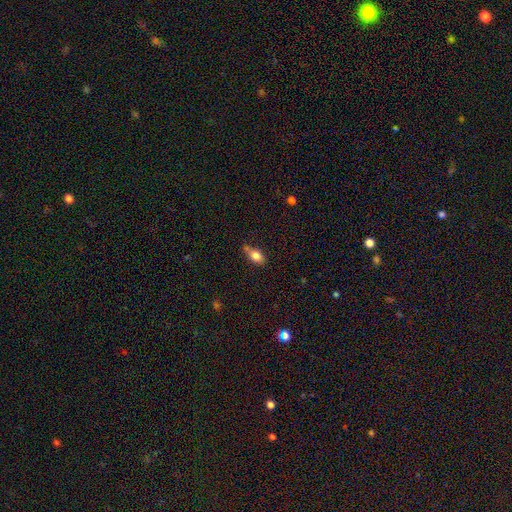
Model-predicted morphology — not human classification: smooth 81%, featured or disk 10%, star or artifact 9%. Down the decision tree: how rounded — in between (85%); merging — none (55%).